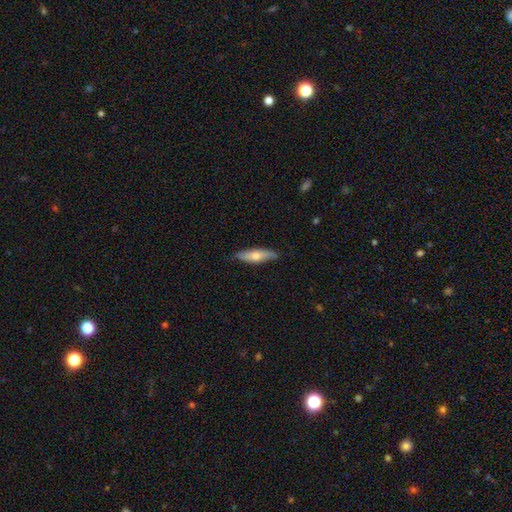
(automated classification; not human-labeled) The model was most divided on "how rounded": cigar-shaped: 60%, in between: 38%, round: 2%. More confident: merging — none (83%); smooth or featured — smooth (59%).